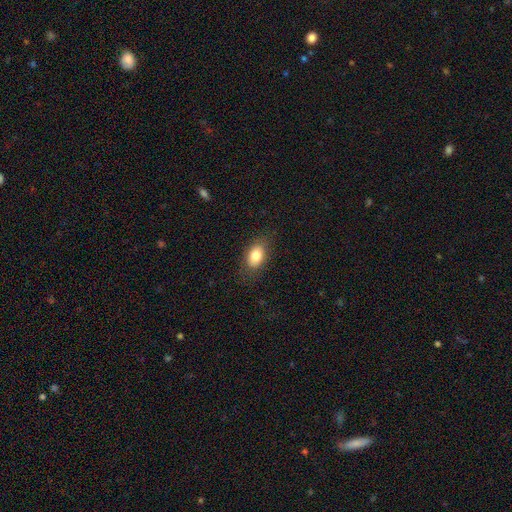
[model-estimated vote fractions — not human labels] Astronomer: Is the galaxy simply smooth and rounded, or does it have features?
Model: smooth — 81%.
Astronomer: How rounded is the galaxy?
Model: in between — 87%.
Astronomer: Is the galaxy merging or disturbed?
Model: none — 81%.